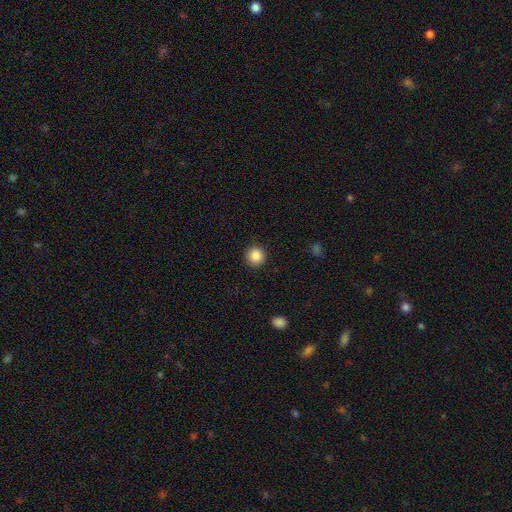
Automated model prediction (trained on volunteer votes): A smooth galaxy with no disk features (87%) that is round (94%). Merging: none (92%).